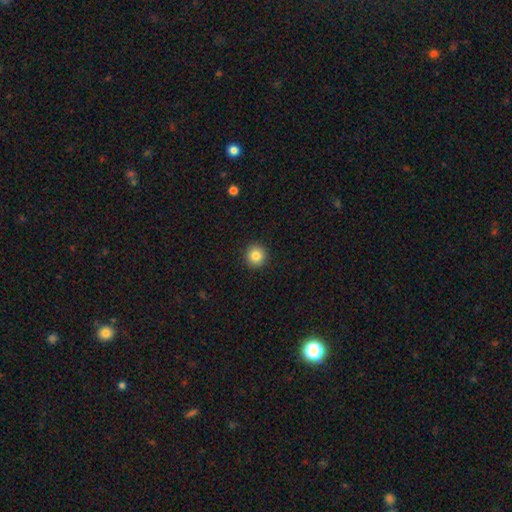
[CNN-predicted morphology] Smooth or featured?
  - smooth: 84% *
  - star or artifact: 10%
  - featured or disk: 6%
How rounded?
  - round: 94% *
  - in between: 5%
  - cigar-shaped: 1%
Merging?
  - none: 92% *
  - minor disturbance: 5%
  - major disturbance: 2%
  - merger: 1%